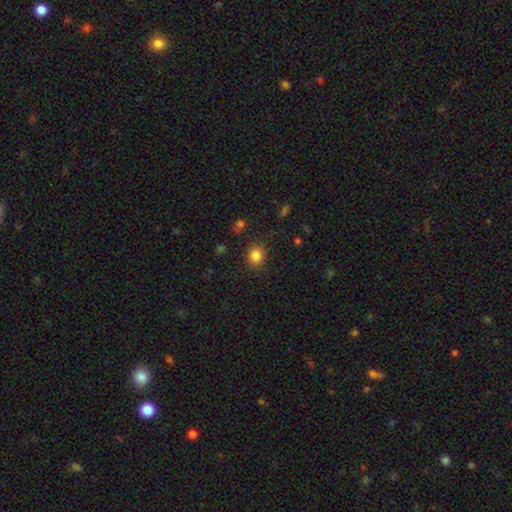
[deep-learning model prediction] Morphology: type=smooth (84%); roundness=round (84%); merging=none (86%).